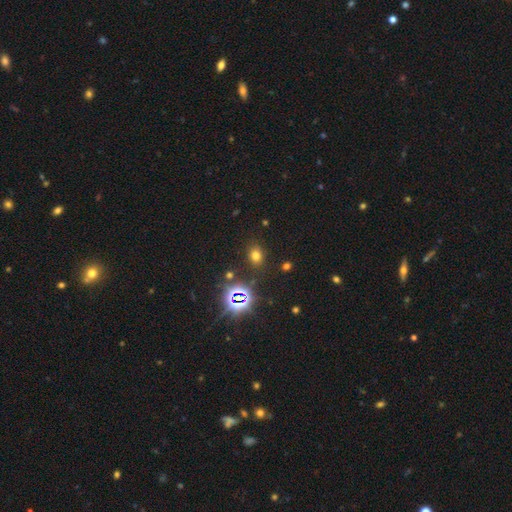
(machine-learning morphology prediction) Smooth or featured? Predicted: smooth (p=0.65). How rounded? Predicted: in between (p=0.55). Merging? Predicted: none (p=0.84).